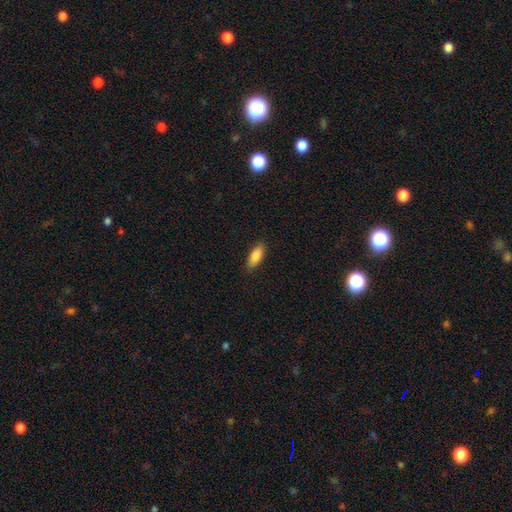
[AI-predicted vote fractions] This is clearly a smooth galaxy (87%). How rounded: likely in between (76%). Merging: clearly none (87%).